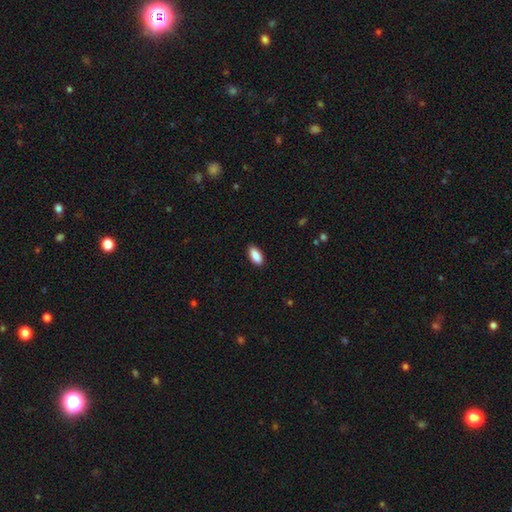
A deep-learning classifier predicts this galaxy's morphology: Smooth or featured: smooth — 90% (star or artifact — 6%)
How rounded: in between — 88% (cigar-shaped — 10%)
Merging: none — 88% (minor disturbance — 9%)